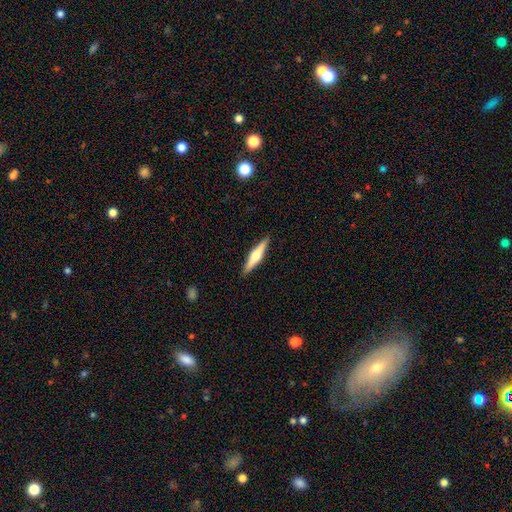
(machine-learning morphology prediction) Smooth or featured? featured or disk (62%)
Edge-on disk? yes (97%)
Edge-on bulge? rounded (91%)
Merging? none (91%)